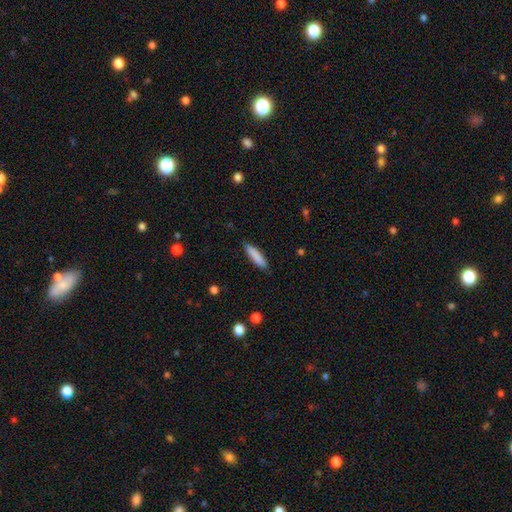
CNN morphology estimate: A smooth galaxy with no disk features (86%) that is cigar-shaped (74%).

Vote fractions:
- Smooth or featured? smooth: 86% / featured or disk: 7% / star or artifact: 6%
- How rounded? cigar-shaped: 74% / in between: 25% / round: 1%
- Merging? none: 86% / minor disturbance: 10% / major disturbance: 2% / merger: 1%